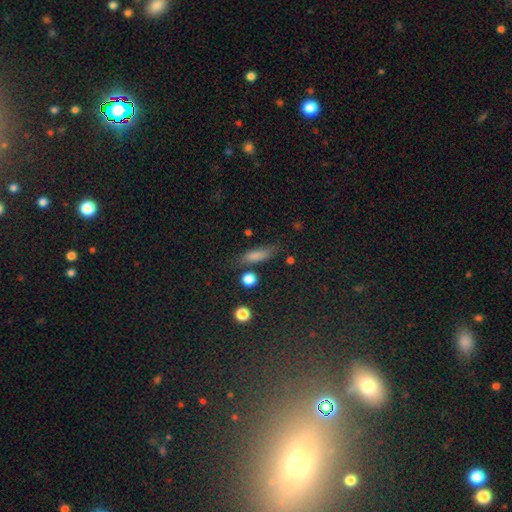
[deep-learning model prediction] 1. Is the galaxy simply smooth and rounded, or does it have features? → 79% smooth, 11% star or artifact, 11% featured or disk.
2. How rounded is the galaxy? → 50% cigar-shaped, 43% in between, 7% round.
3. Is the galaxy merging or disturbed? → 70% none, 18% minor disturbance, 6% major disturbance, 6% merger.